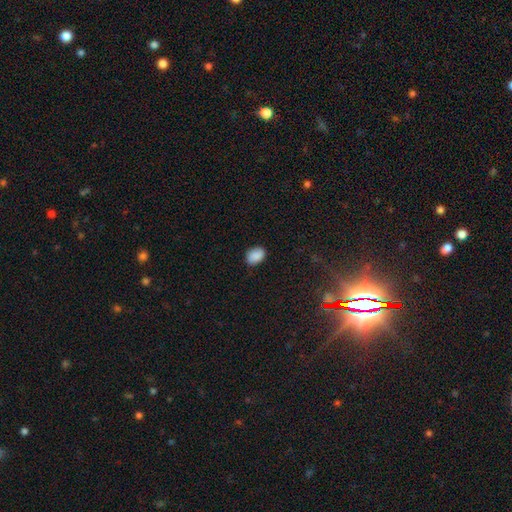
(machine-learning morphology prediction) smooth-or-featured: smooth: 88% | star or artifact: 8% | featured or disk: 4%
  how-rounded: in between: 74% | round: 25% | cigar-shaped: 1%
  merging: none: 83% | minor disturbance: 13% | major disturbance: 3% | merger: 1%